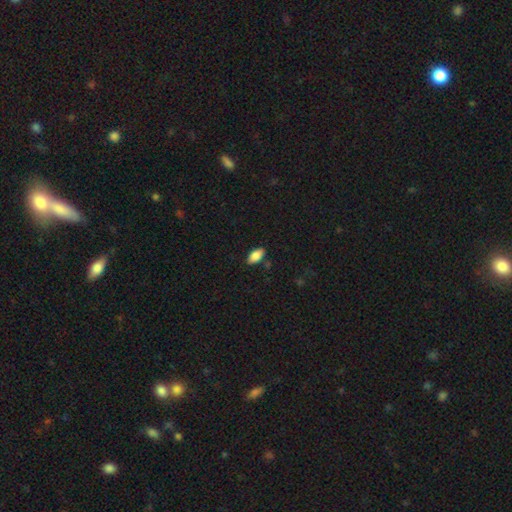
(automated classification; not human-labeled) smooth_or_featured: smooth (p=0.85) [alt: featured or disk p=0.08]
how_rounded: in between (p=0.92) [alt: cigar-shaped p=0.06]
merging: none (p=0.84) [alt: minor disturbance p=0.12]